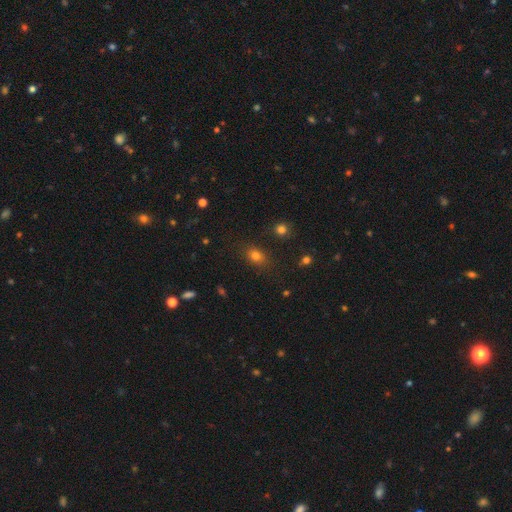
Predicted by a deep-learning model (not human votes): smooth_or_featured: smooth (p=0.77) [alt: star or artifact p=0.15]
how_rounded: in between (p=0.62) [alt: round p=0.36]
merging: none (p=0.80) [alt: minor disturbance p=0.13]